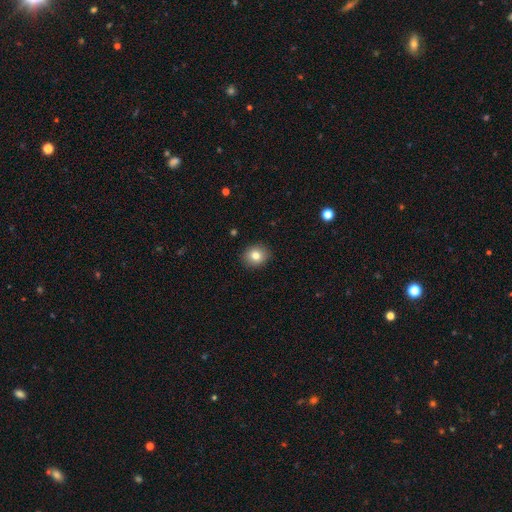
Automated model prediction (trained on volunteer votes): Smooth or featured? smooth (81%)
How rounded? round (72%)
Merging? none (90%)